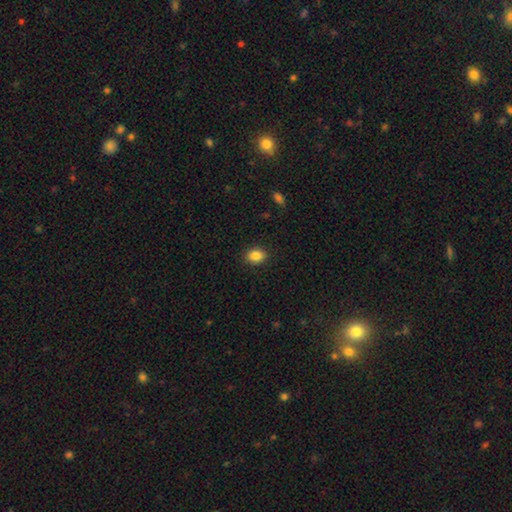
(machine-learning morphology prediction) A smooth galaxy with no disk features (87%) that is in between round and cigar-shaped (64%).

Vote fractions:
- Smooth or featured? smooth: 87% / star or artifact: 9% / featured or disk: 4%
- How rounded? in between: 64% / round: 35% / cigar-shaped: 1%
- Merging? none: 89% / minor disturbance: 8% / major disturbance: 2% / merger: 1%